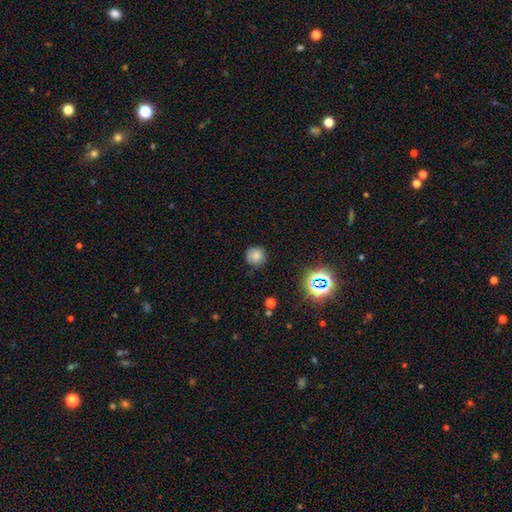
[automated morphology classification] Smooth or featured? Predicted: smooth (p=0.76). How rounded? Predicted: round (p=0.93). Merging? Predicted: none (p=0.83).